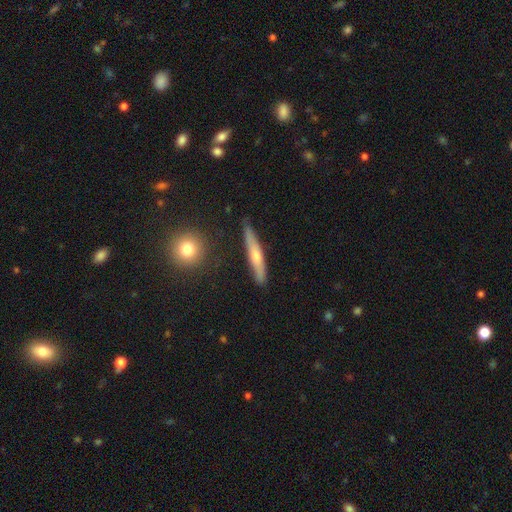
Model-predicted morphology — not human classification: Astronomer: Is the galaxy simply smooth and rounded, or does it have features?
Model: featured or disk — 48% (runner-up: smooth, 46%).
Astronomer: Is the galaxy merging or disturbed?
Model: none — 83%.